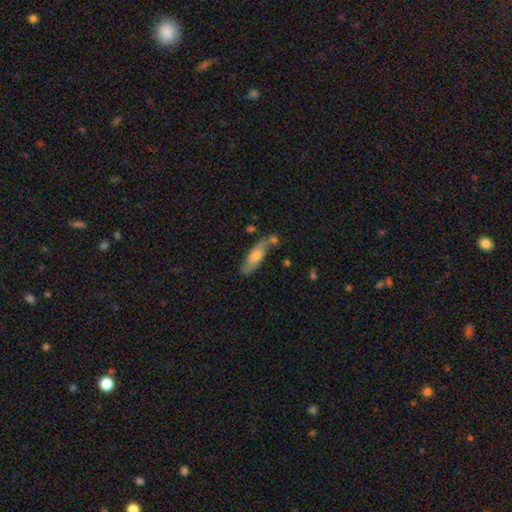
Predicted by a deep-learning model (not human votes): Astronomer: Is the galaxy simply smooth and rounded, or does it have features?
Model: featured or disk — 48% (runner-up: smooth, 45%).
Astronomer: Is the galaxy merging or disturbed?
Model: none — 59%.